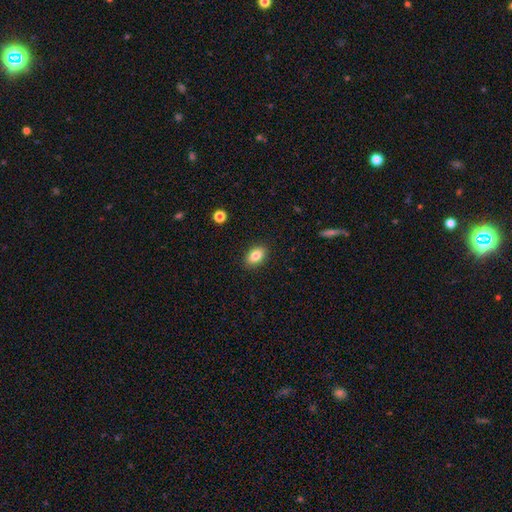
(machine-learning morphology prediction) Smooth or featured: smooth — 84% (star or artifact — 8%)
How rounded: in between — 87% (round — 11%)
Merging: none — 89% (minor disturbance — 8%)